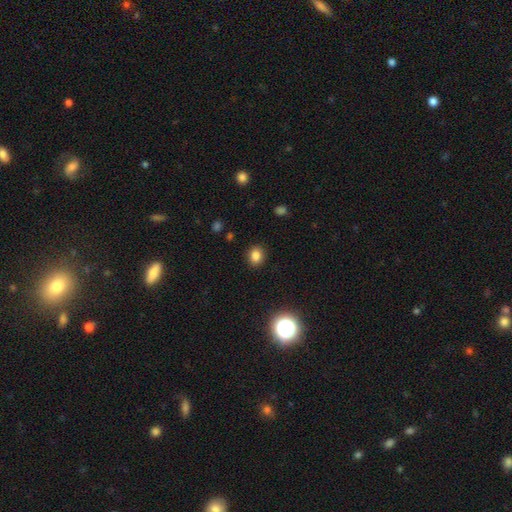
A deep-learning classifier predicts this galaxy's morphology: Q: Smooth or featured?
A: smooth (83%); runner-up: star or artifact (12%)
Q: How rounded?
A: round (62%); runner-up: in between (37%)
Q: Merging?
A: none (90%); runner-up: minor disturbance (7%)